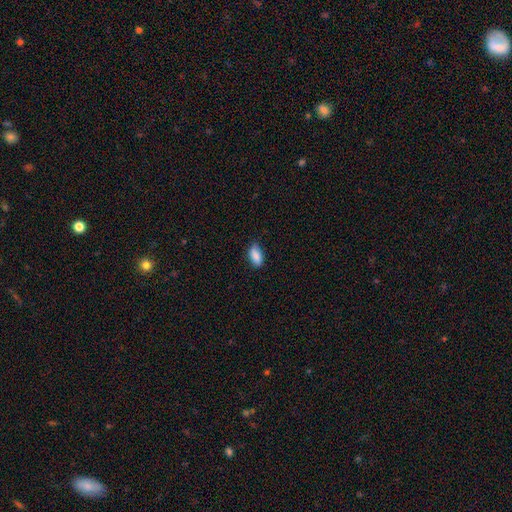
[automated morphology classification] smooth_or_featured: smooth (p=0.87) [alt: star or artifact p=0.07]
how_rounded: in between (p=0.89) [alt: cigar-shaped p=0.08]
merging: none (p=0.76) [alt: minor disturbance p=0.20]